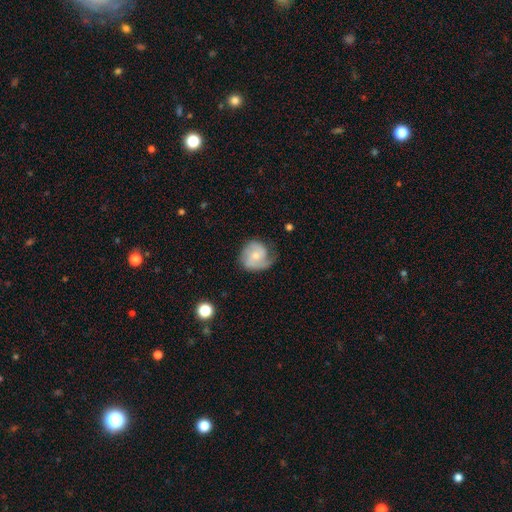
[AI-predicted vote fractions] smooth_or_featured: featured or disk (p=0.60) [alt: smooth p=0.34]
disk_edge_on: no (p=0.98) [alt: yes p=0.02]
bar: no (p=0.68) [alt: weak p=0.28]
has_spiral_arms: yes (p=0.89) [alt: no p=0.11]
spiral_winding: medium (p=0.40) [alt: tight p=0.39]
spiral_arm_count: 2 (p=0.46) [alt: 1 p=0.29]
bulge_size: small (p=0.53) [alt: moderate p=0.39]
merging: none (p=0.55) [alt: minor disturbance p=0.28]